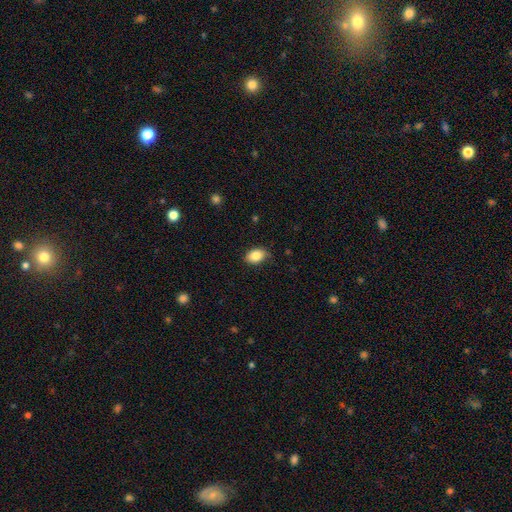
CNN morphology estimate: Q: Smooth or featured?
A: smooth (84%); runner-up: featured or disk (8%)
Q: How rounded?
A: in between (84%); runner-up: round (15%)
Q: Merging?
A: none (79%); runner-up: minor disturbance (17%)